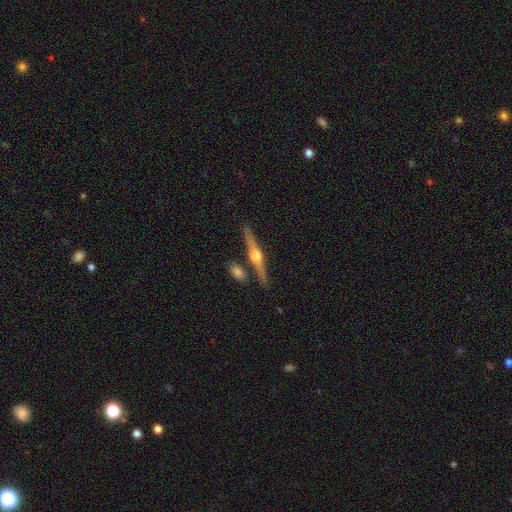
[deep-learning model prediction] Smooth or featured? Predicted: featured or disk (p=0.79). Edge-on disk? Predicted: yes (p=0.98). Edge-on bulge? Predicted: rounded (p=0.91). Merging? Predicted: none (p=0.80).